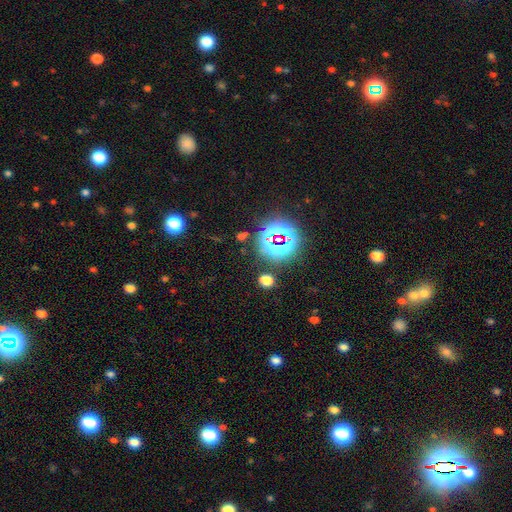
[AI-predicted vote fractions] smooth_or_featured: star or artifact (p=0.82) [alt: smooth p=0.11]